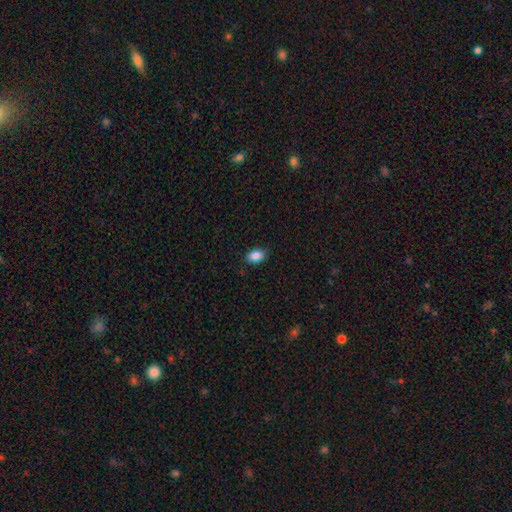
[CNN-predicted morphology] Smooth or featured? Predicted: smooth (p=0.86). How rounded? Predicted: in between (p=0.83). Merging? Predicted: none (p=0.87).